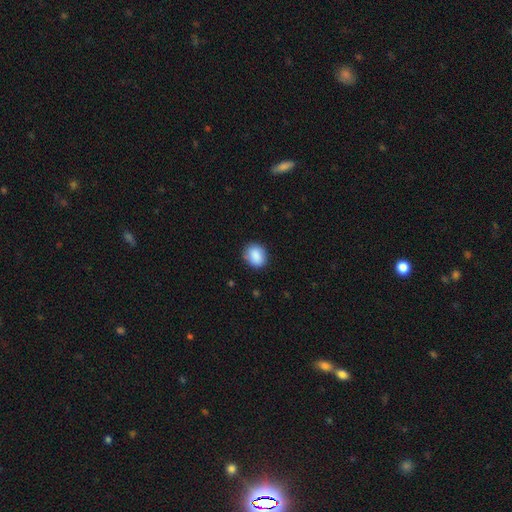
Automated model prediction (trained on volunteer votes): This is clearly a smooth galaxy (88%). How rounded: possibly round (53%). Merging: clearly none (83%).